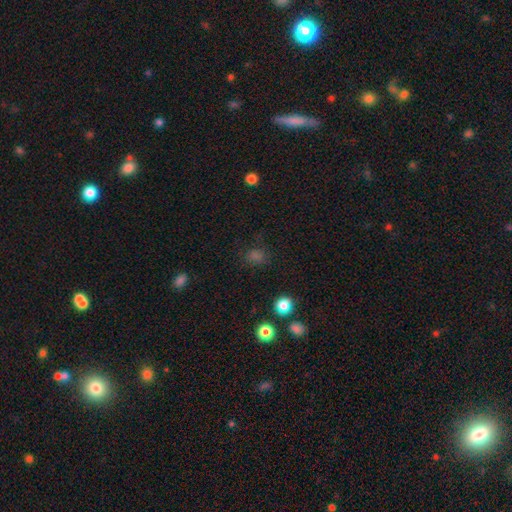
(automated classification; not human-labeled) Smooth or featured: smooth — 68% (star or artifact — 26%)
How rounded: round — 65% (in between — 34%)
Merging: none — 78% (minor disturbance — 13%)